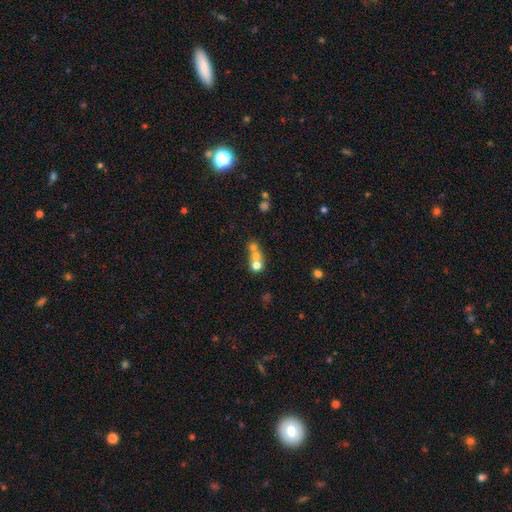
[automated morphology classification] smooth-or-featured: smooth: 61% | featured or disk: 22% | star or artifact: 17%
  how-rounded: round: 80% | in between: 19% | cigar-shaped: 2%
  merging: merger: 59% | none: 31% | minor disturbance: 6% | major disturbance: 4%